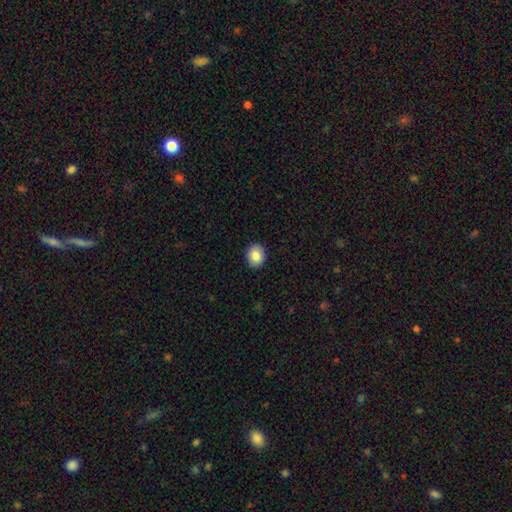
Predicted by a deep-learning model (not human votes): Smooth or featured: smooth — 85% (star or artifact — 8%)
How rounded: round — 58% (in between — 41%)
Merging: none — 91% (minor disturbance — 7%)